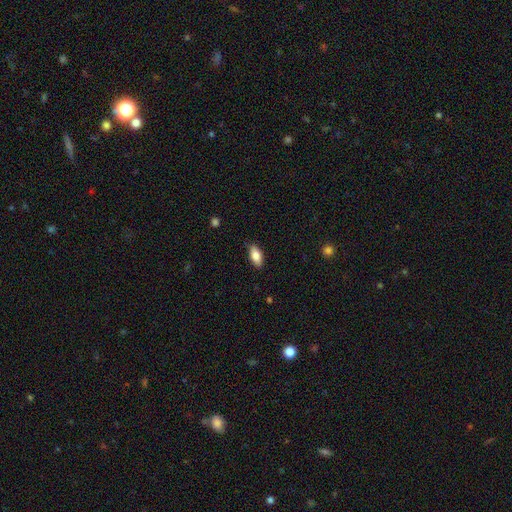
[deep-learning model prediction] Morphology: type=smooth (79%); roundness=in between (86%); merging=none (86%).